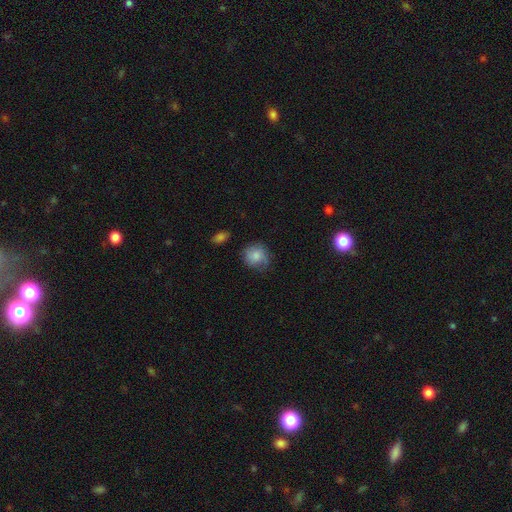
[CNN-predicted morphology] smooth_or_featured: smooth (p=0.72) [alt: featured or disk p=0.19]
how_rounded: round (p=0.82) [alt: in between p=0.17]
merging: none (p=0.62) [alt: minor disturbance p=0.27]